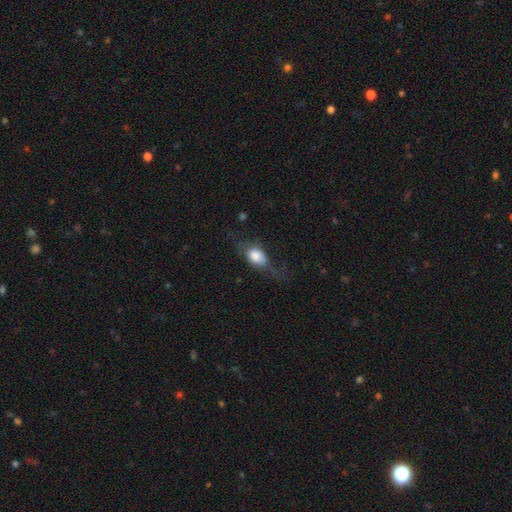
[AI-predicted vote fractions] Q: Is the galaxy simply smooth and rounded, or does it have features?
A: smooth — 69%.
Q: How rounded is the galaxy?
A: in between — 69%.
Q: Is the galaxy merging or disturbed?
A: none — 41%.